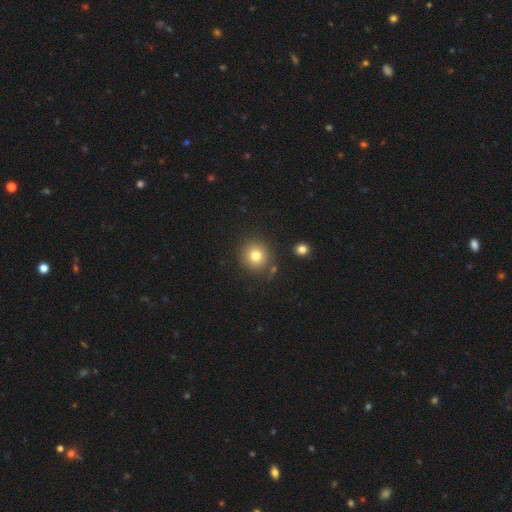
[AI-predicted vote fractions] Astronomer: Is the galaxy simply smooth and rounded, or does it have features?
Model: smooth — 78%.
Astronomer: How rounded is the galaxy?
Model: round — 93%.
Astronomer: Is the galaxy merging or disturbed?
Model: none — 85%.